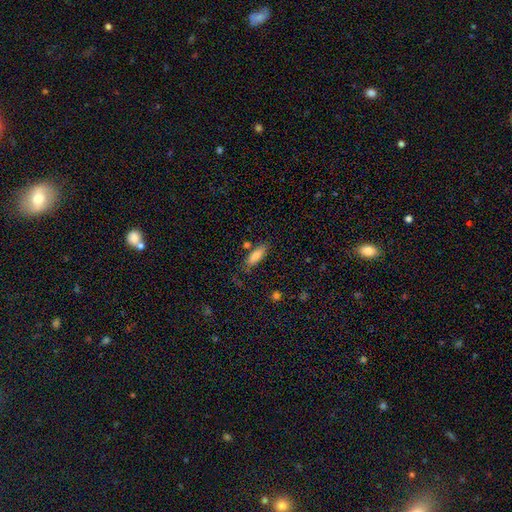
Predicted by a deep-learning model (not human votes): A smooth galaxy with no disk features (82%) that is in between round and cigar-shaped (66%). Merging: none (72%).